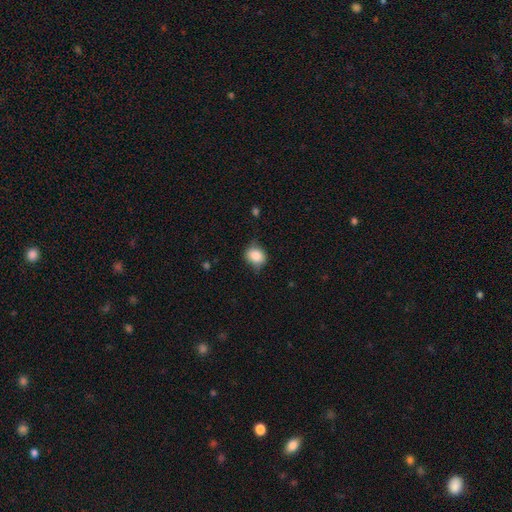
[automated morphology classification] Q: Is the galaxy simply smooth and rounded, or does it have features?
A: smooth — 83%.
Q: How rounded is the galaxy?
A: round — 60%.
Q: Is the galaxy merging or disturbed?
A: none — 66%.